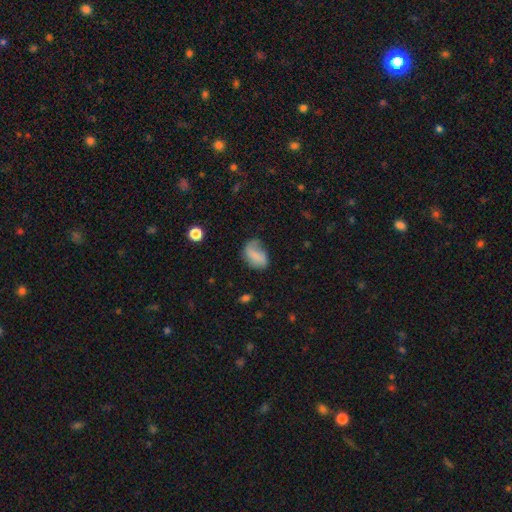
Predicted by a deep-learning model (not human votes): A smooth galaxy with no disk features (66%) that is in between round and cigar-shaped (83%). Merging: none (44%).